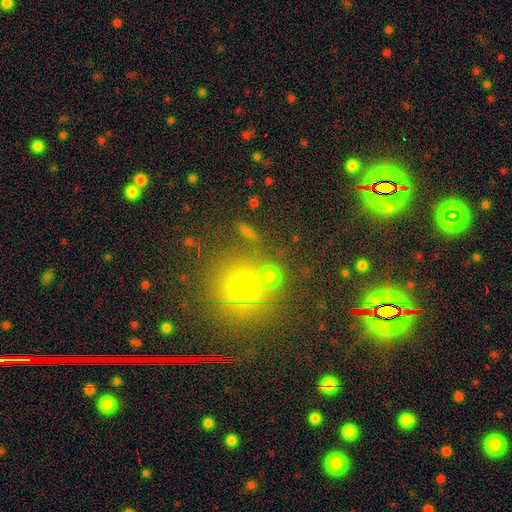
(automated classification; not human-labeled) This appears to be a star or artifact, not a galaxy (48%).